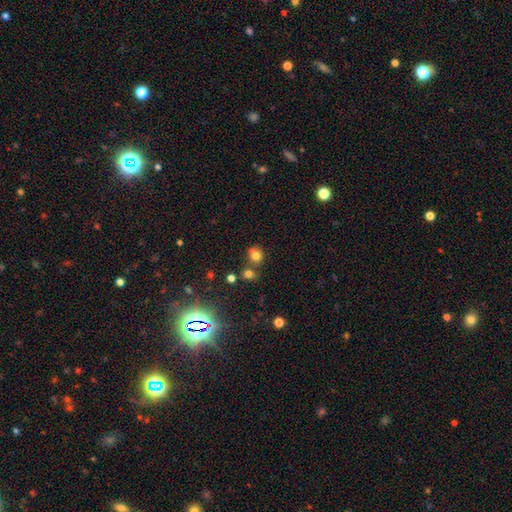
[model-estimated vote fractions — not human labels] smooth-or-featured: smooth: 75% | star or artifact: 17% | featured or disk: 9%
  how-rounded: round: 77% | in between: 22% | cigar-shaped: 1%
  merging: none: 65% | merger: 19% | minor disturbance: 12% | major disturbance: 4%